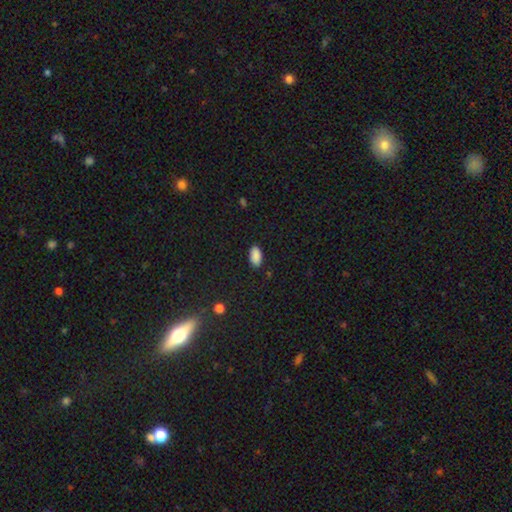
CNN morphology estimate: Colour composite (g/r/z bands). It shows a smooth galaxy with no disk features (89%) that is in between round and cigar-shaped (94%). Merging: none (87%).